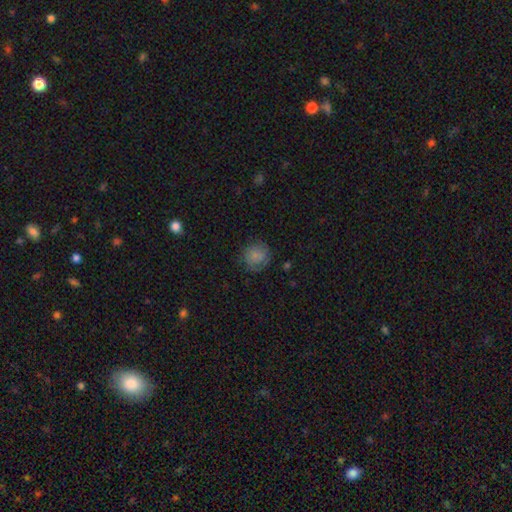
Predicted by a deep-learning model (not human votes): A smooth galaxy with no disk features (74%) that is round (88%). Merging: none (75%).